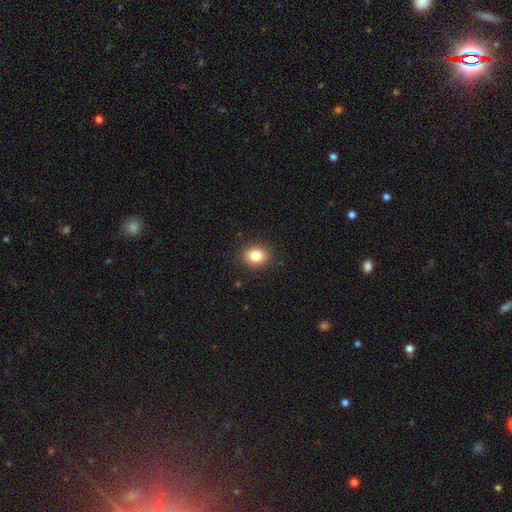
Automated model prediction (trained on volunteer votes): Morphology: type=smooth (83%); roundness=round (62%); merging=none (90%).